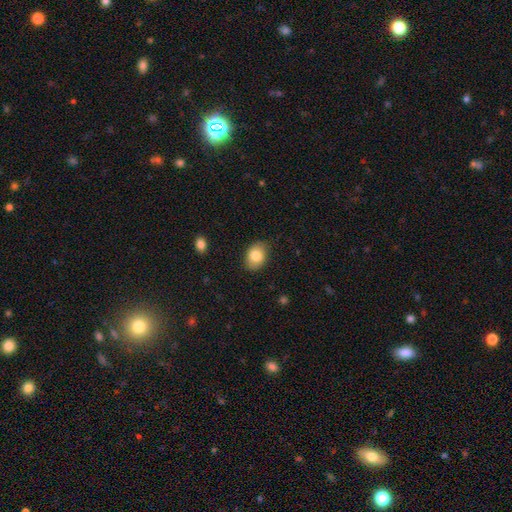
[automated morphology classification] smooth_or_featured: smooth (p=0.83) [alt: featured or disk p=0.10]
how_rounded: in between (p=0.74) [alt: round p=0.25]
merging: none (p=0.81) [alt: minor disturbance p=0.15]